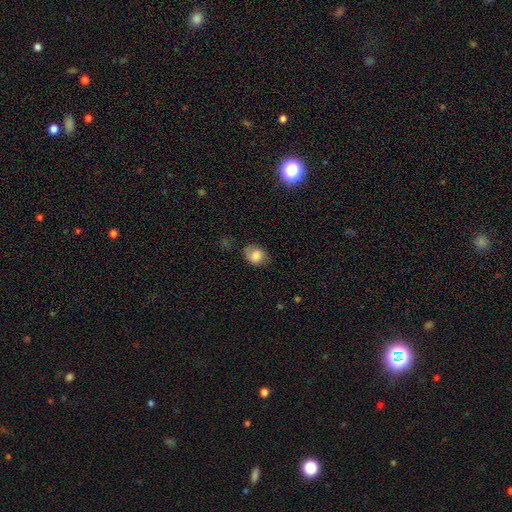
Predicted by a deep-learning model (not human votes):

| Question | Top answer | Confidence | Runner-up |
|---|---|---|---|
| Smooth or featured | smooth | 76% | featured or disk (14%) |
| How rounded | in between | 60% | round (39%) |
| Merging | none | 63% | minor disturbance (26%) |